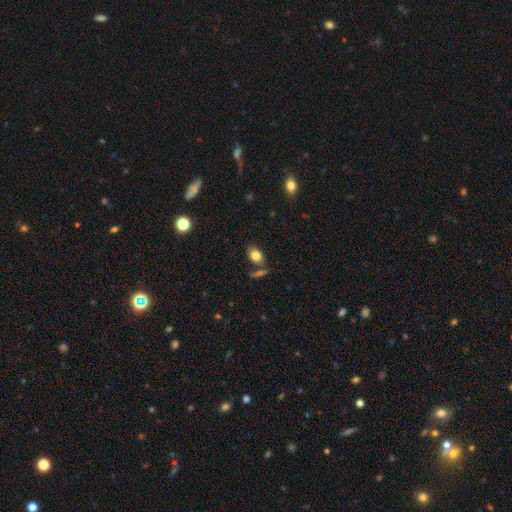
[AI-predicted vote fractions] Morphology: type=smooth (80%); roundness=in between (81%); merging=none (69%).